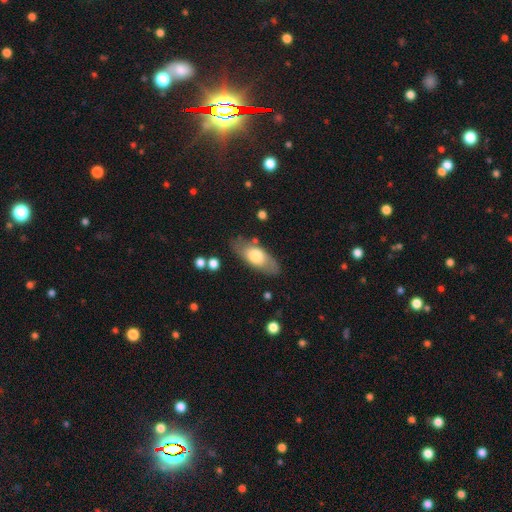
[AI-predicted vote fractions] Morphology: type=smooth (65%); roundness=in between (81%); merging=none (76%).